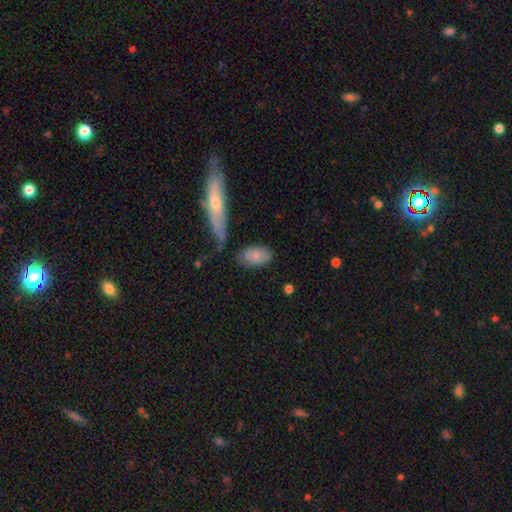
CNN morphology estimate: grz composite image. It shows a smooth galaxy with no disk features (77%) that is in between round and cigar-shaped (91%). Merging: none (68%).